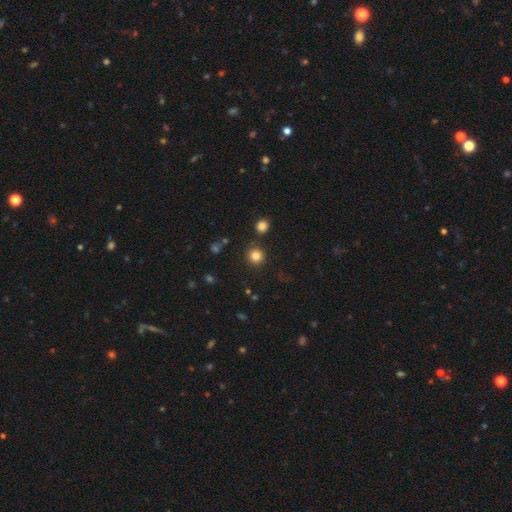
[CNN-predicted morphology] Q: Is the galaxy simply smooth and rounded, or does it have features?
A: smooth — 81%.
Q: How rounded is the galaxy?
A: round — 94%.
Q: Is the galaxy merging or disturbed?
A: none — 88%.